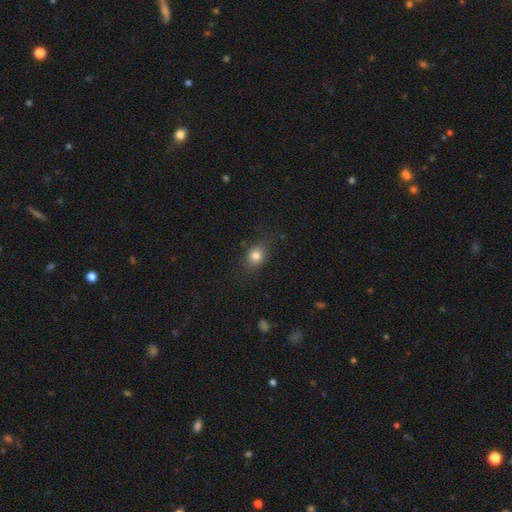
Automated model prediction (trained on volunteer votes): Smooth or featured?
  - smooth: 80% *
  - star or artifact: 11%
  - featured or disk: 9%
How rounded?
  - in between: 54% *
  - round: 44%
  - cigar-shaped: 2%
Merging?
  - none: 79% *
  - minor disturbance: 15%
  - major disturbance: 4%
  - merger: 1%